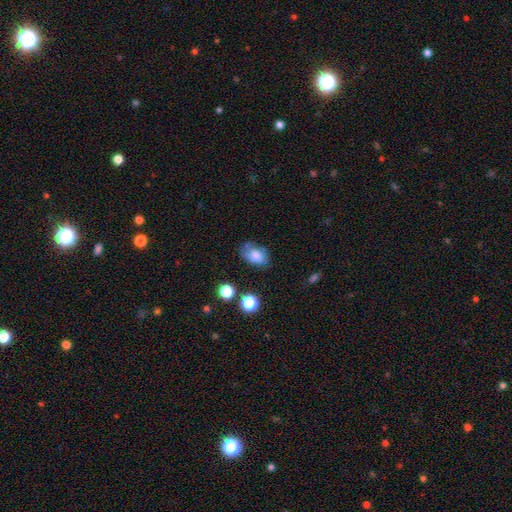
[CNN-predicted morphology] Smooth or featured? smooth (74%)
How rounded? in between (85%)
Merging? none (59%)